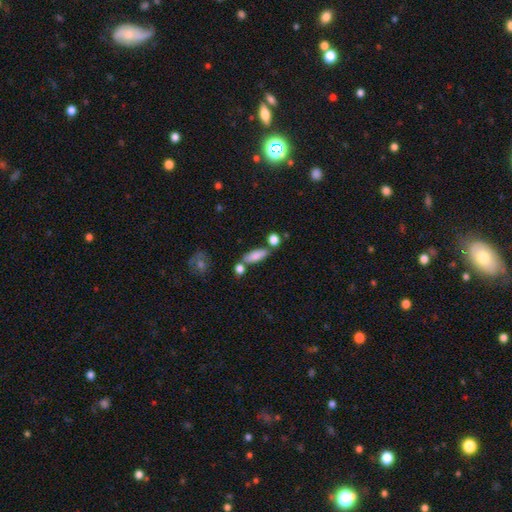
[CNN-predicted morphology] This is clearly a smooth galaxy (83%). How rounded: likely in between (64%). Merging: likely none (66%).